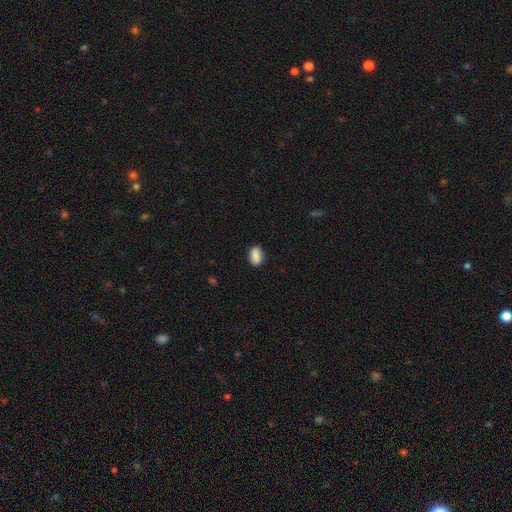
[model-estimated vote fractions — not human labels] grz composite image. It shows a smooth galaxy with no disk features (89%) that is in between round and cigar-shaped (90%). Merging: none (88%).